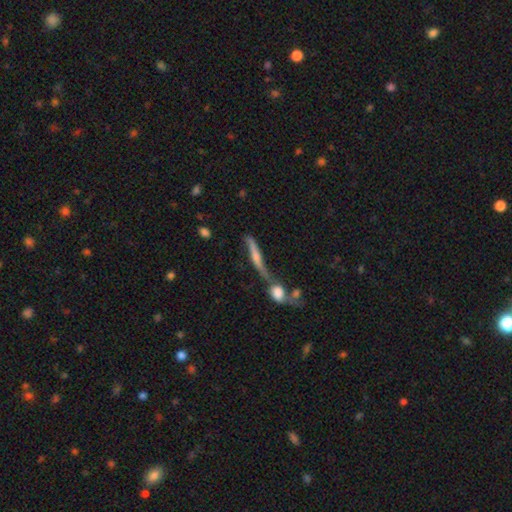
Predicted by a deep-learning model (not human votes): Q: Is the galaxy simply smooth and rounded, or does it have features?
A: featured or disk — 49%.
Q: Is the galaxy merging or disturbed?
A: merger — 49%.